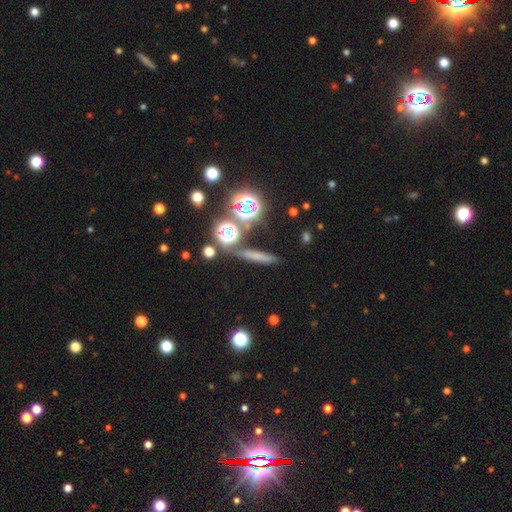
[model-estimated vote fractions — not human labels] Smooth or featured? smooth (53%)
How rounded? cigar-shaped (77%)
Merging? none (77%)